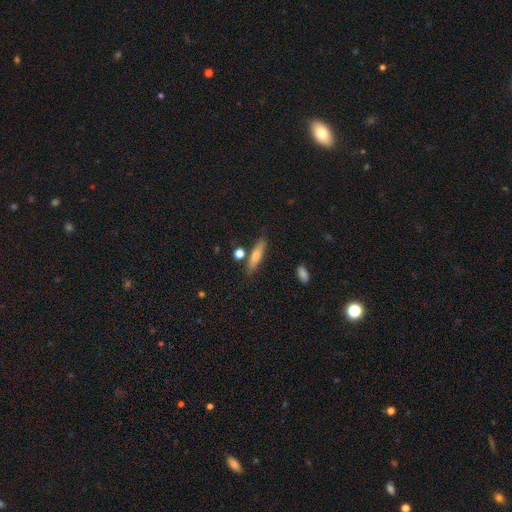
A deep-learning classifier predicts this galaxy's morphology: type=smooth (72%); roundness=cigar-shaped (72%); merging=none (78%).